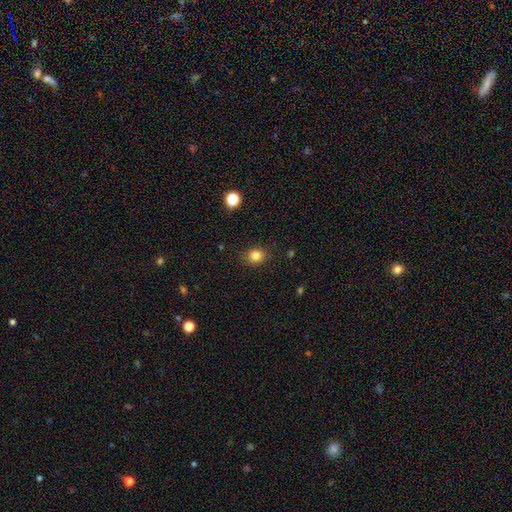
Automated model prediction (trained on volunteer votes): Smooth or featured? smooth (82%)
How rounded? round (69%)
Merging? none (86%)